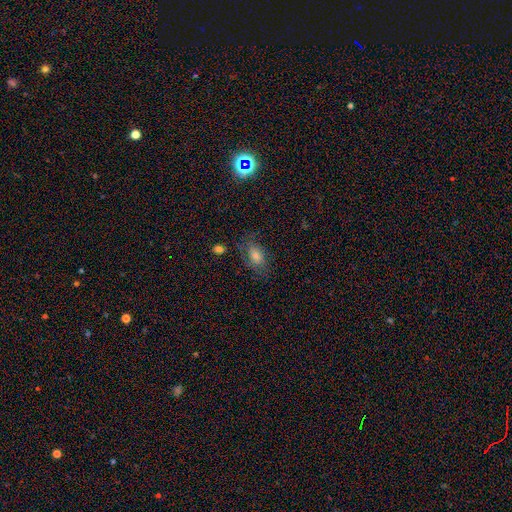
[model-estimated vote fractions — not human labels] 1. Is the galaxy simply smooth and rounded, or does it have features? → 47% smooth, 27% featured or disk, 25% star or artifact.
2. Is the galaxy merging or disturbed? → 70% none, 19% minor disturbance, 9% major disturbance, 2% merger.